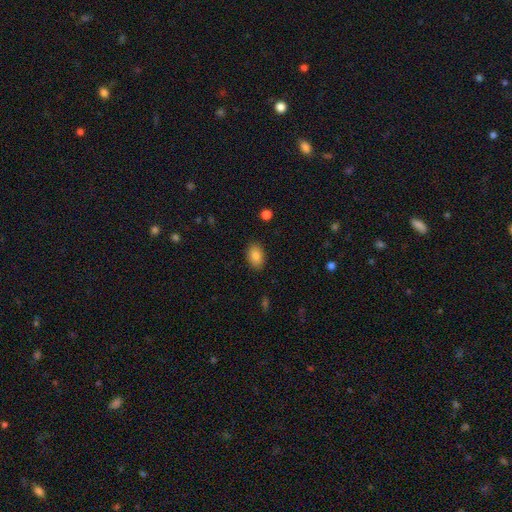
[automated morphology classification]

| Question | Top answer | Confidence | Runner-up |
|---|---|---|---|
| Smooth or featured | smooth | 85% | star or artifact (8%) |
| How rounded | in between | 86% | round (13%) |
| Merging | none | 88% | minor disturbance (9%) |